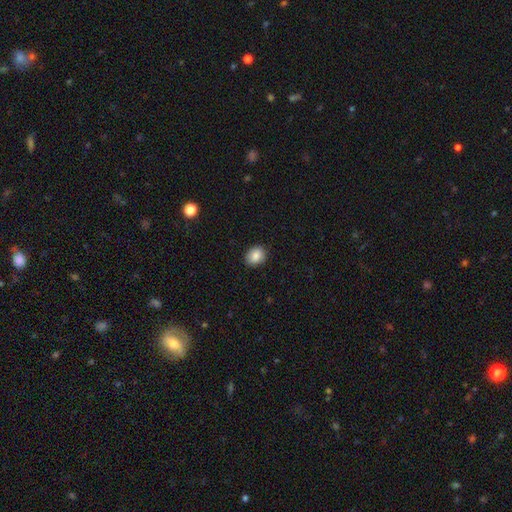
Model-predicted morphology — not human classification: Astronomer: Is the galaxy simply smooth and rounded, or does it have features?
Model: smooth — 86%.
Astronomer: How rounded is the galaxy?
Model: in between — 51% (runner-up: round, 48%).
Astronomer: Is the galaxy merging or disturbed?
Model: none — 88%.